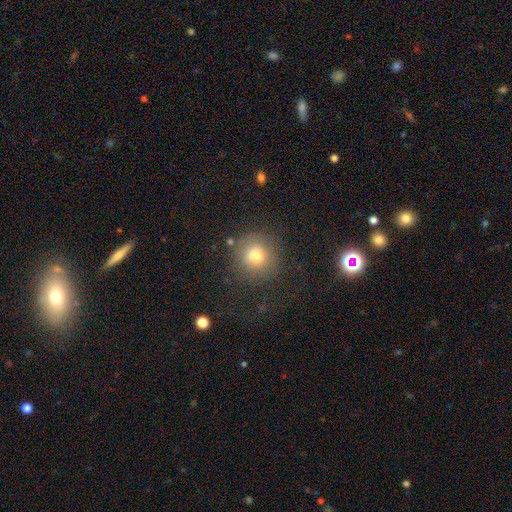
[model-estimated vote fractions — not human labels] Smooth or featured? Predicted: smooth (p=0.76). How rounded? Predicted: round (p=0.92). Merging? Predicted: none (p=0.81).